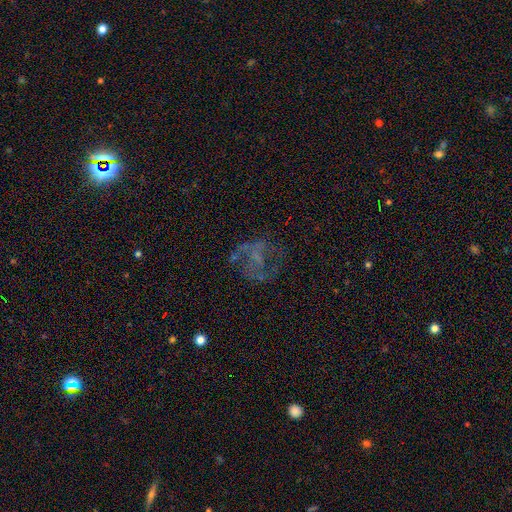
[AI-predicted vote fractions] Overall: featured or disk (54%; star or artifact 24%). Edge-on disk: no (98%). Bar: no (75%). Spiral arms: no (65%; yes 35%). Bulge size: none (66%). Merging: none (52%; major disturbance 29%).